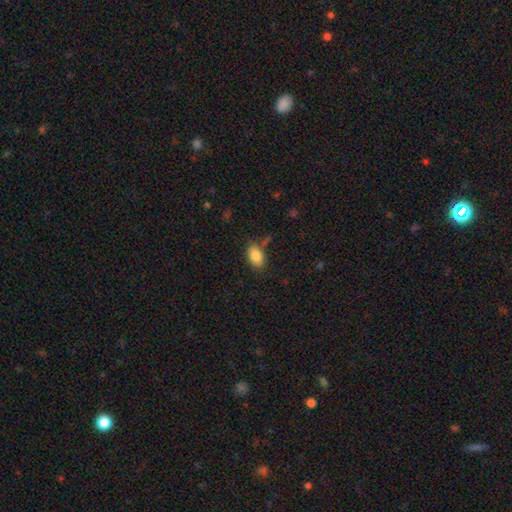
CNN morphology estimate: Smooth or featured? Predicted: smooth (p=0.86). How rounded? Predicted: in between (p=0.89). Merging? Predicted: none (p=0.73).